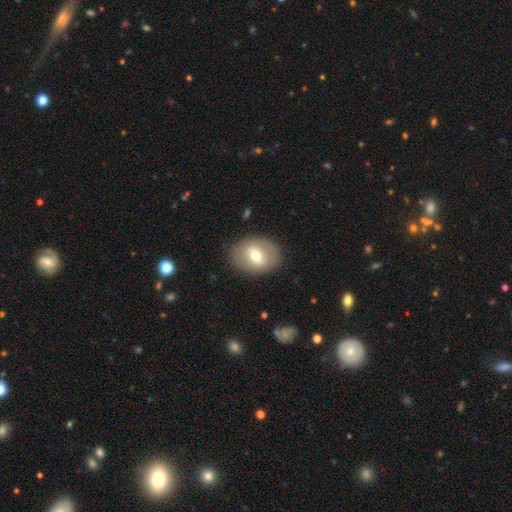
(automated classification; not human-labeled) A smooth galaxy with no disk features (59%) that is in between round and cigar-shaped (60%). Merging: none (86%).